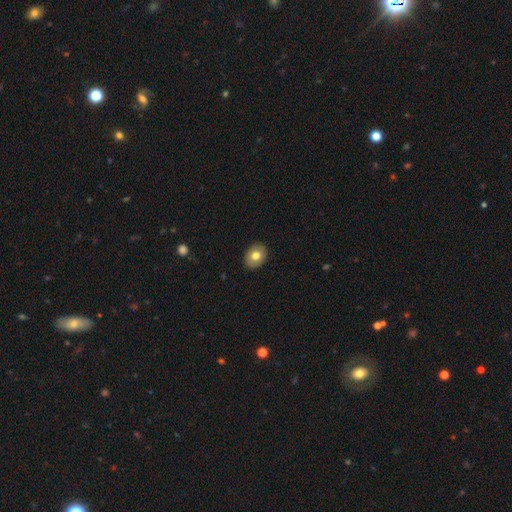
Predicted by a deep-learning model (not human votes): Overall: smooth (76%). How rounded: in between (60%; round 39%). Merging: none (89%).